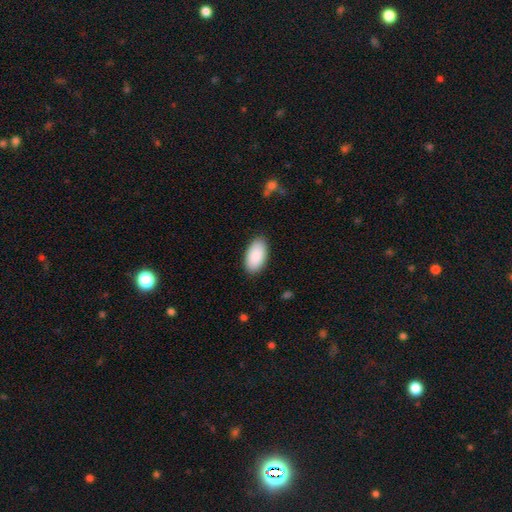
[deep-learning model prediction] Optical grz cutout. It shows a smooth galaxy with no disk features (91%) that is in between round and cigar-shaped (96%). Merging: none (87%).